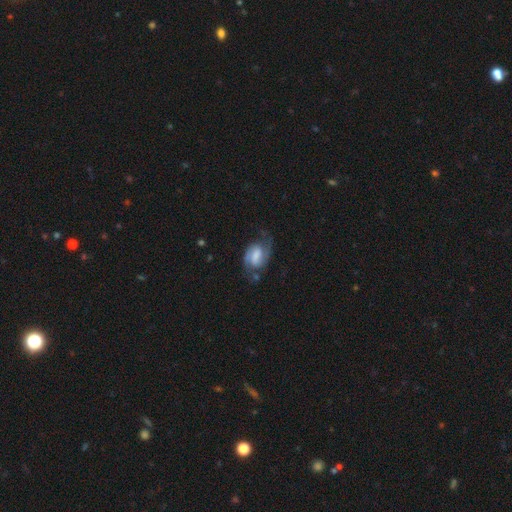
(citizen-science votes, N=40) This is clearly a featured or disk galaxy (80%). It is clearly not viewed edge-on (97%). Bar: possibly weak (58%). Spiral arm pattern: clearly yes (94%). Spiral arm count: clearly 2 (93%). Spiral winding: marginally medium (41%). Central bulge: marginally small (32%, tied with none). Merging: likely none (62%).